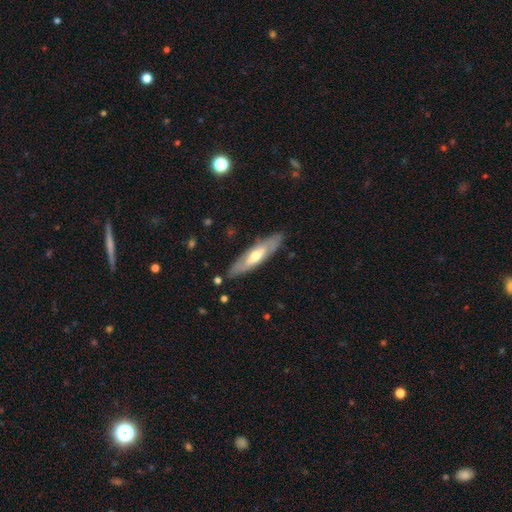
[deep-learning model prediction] Smooth or featured? Predicted: featured or disk (p=0.55). Edge-on disk? Predicted: yes (p=0.52). Merging? Predicted: none (p=0.83).